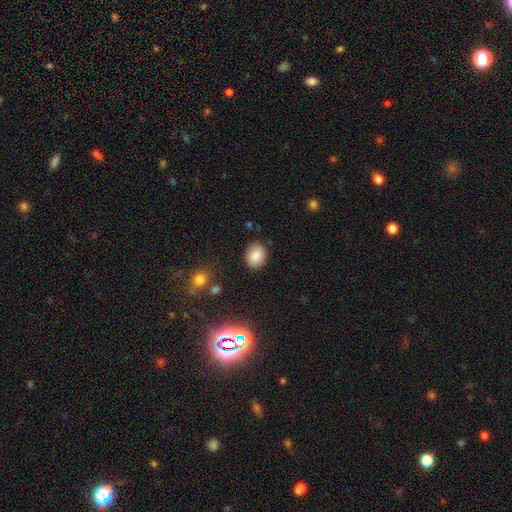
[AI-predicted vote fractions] Smooth or featured: smooth — 85% (star or artifact — 9%)
How rounded: in between — 52% (round — 47%)
Merging: none — 86% (minor disturbance — 10%)